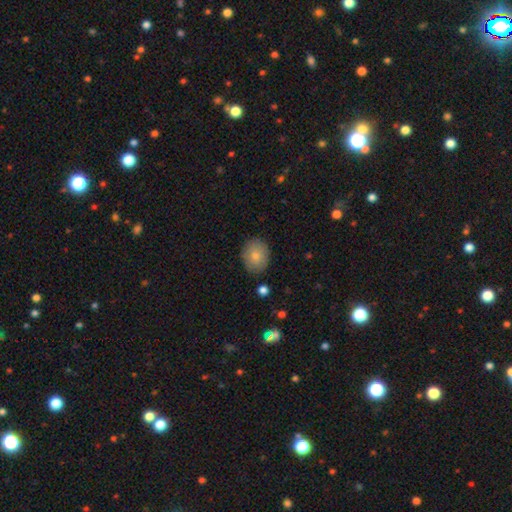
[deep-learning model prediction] This is likely a smooth galaxy (80%). How rounded: possibly round (53%). Merging: clearly none (85%).